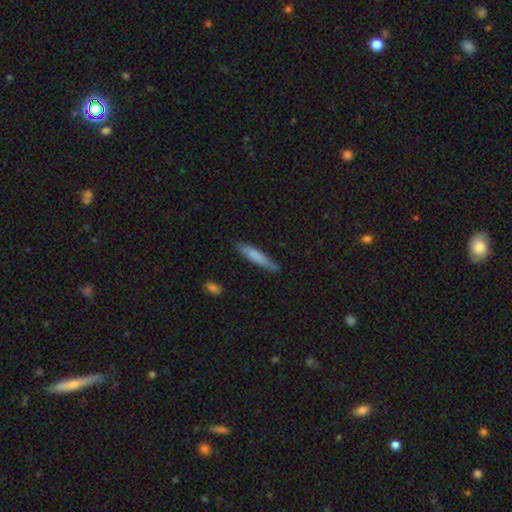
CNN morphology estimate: Smooth or featured: smooth — 76% (featured or disk — 18%)
How rounded: cigar-shaped — 89% (in between — 10%)
Merging: none — 79% (minor disturbance — 16%)